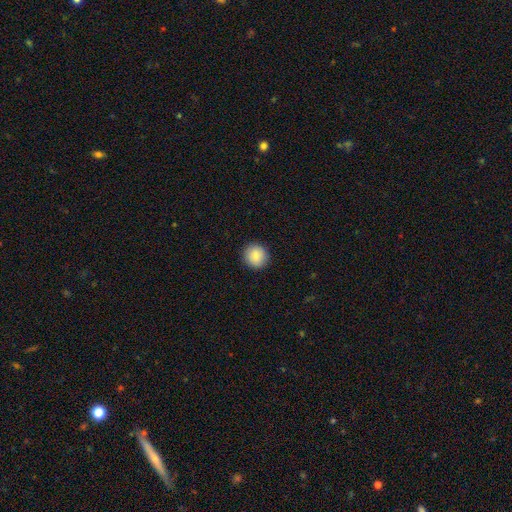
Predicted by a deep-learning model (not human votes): A smooth galaxy with no disk features (86%) that is round (93%).

Vote fractions:
- Smooth or featured? smooth: 86% / star or artifact: 8% / featured or disk: 6%
- How rounded? round: 93% / in between: 6% / cigar-shaped: 1%
- Merging? none: 91% / minor disturbance: 6% / major disturbance: 2% / merger: 1%